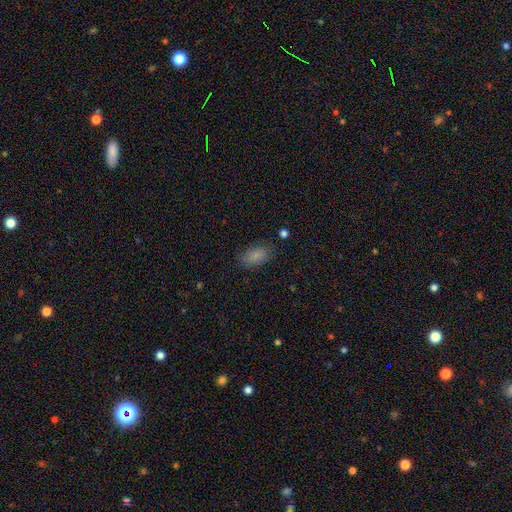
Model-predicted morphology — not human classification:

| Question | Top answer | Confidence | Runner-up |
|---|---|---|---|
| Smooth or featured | smooth | 85% | star or artifact (9%) |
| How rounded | in between | 91% | round (7%) |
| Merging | none | 80% | minor disturbance (15%) |